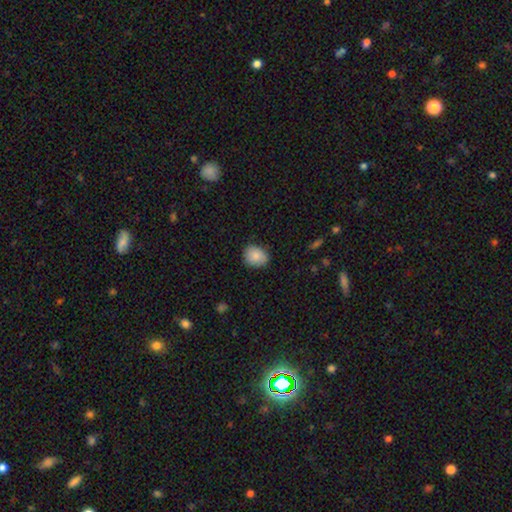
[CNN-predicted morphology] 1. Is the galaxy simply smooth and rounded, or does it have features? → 86% smooth, 8% star or artifact, 6% featured or disk.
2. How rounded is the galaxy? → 54% round, 45% in between, 1% cigar-shaped.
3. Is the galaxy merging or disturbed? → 83% none, 14% minor disturbance, 3% major disturbance, 1% merger.